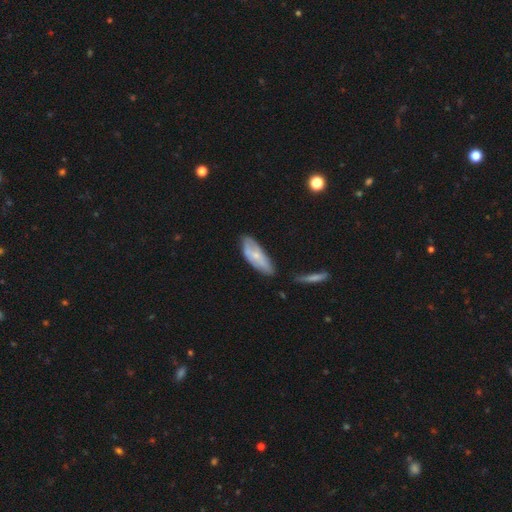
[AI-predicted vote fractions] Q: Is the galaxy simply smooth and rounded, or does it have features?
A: smooth — 55%.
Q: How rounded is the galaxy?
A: in between — 72%.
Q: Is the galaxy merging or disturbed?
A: none — 58%.